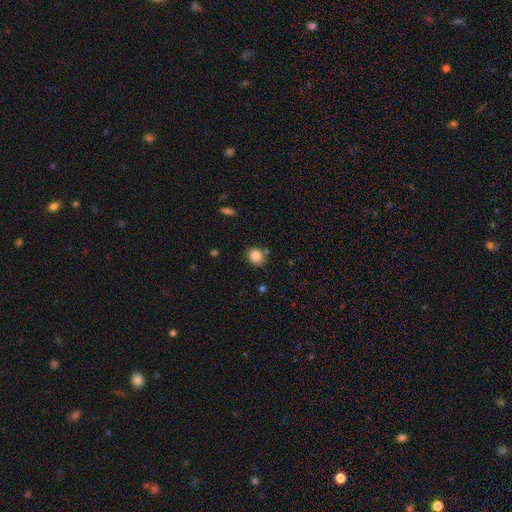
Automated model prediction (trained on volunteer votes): smooth 86%, star or artifact 10%, featured or disk 5%. Down the decision tree: how rounded — round (61%); merging — none (73%).